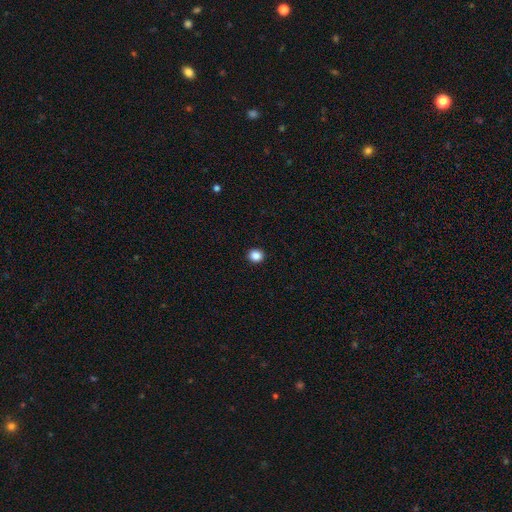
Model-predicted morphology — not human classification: A smooth galaxy with no disk features (87%) that is round (88%).

Vote fractions:
- Smooth or featured? smooth: 87% / star or artifact: 10% / featured or disk: 3%
- How rounded? round: 88% / in between: 11% / cigar-shaped: 1%
- Merging? none: 93% / minor disturbance: 5% / major disturbance: 1% / merger: 1%